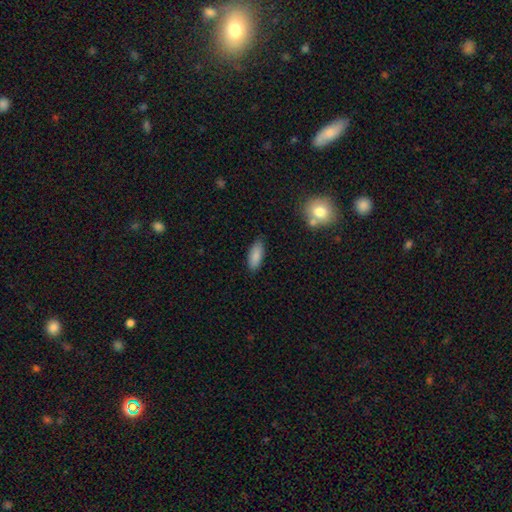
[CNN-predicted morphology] smooth-or-featured: smooth: 87% | star or artifact: 7% | featured or disk: 6%
  how-rounded: in between: 75% | cigar-shaped: 23% | round: 2%
  merging: none: 84% | minor disturbance: 12% | major disturbance: 2% | merger: 2%